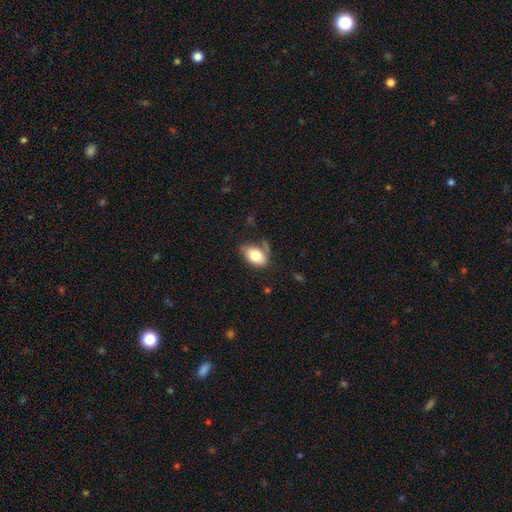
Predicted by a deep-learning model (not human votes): The model was most divided on "merging": none: 57%, minor disturbance: 27%, major disturbance: 10%, merger: 6%. More confident: how rounded — in between (86%); smooth or featured — smooth (79%).